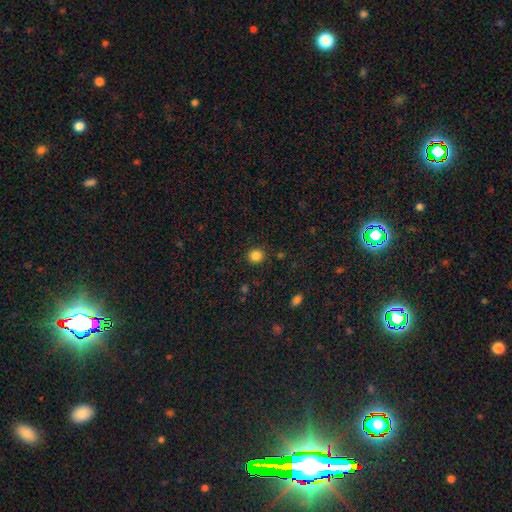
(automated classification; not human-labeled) Smooth or featured: smooth — 85% (star or artifact — 12%)
How rounded: round — 86% (in between — 13%)
Merging: none — 90% (minor disturbance — 6%)